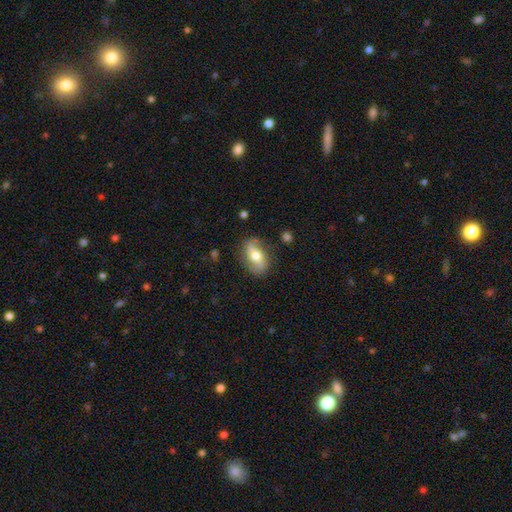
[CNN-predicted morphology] smooth-or-featured: featured or disk: 53% | smooth: 40% | star or artifact: 7%
  disk-edge-on: no: 86% | yes: 14%
  merging: none: 78% | minor disturbance: 16% | major disturbance: 5% | merger: 2%